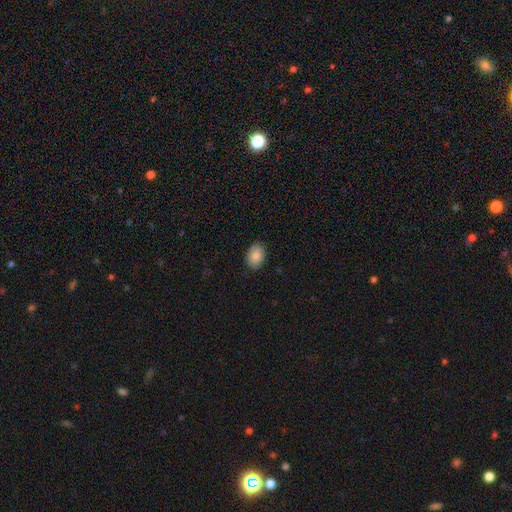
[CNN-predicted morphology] smooth_or_featured: smooth (p=0.88) [alt: star or artifact p=0.07]
how_rounded: in between (p=0.84) [alt: round p=0.15]
merging: none (p=0.88) [alt: minor disturbance p=0.09]